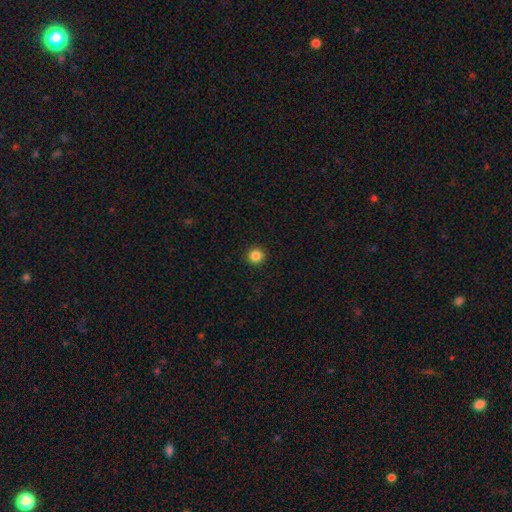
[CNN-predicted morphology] Smooth or featured?
  - smooth: 85% *
  - star or artifact: 11%
  - featured or disk: 4%
How rounded?
  - round: 95% *
  - in between: 4%
  - cigar-shaped: 1%
Merging?
  - none: 93% *
  - minor disturbance: 4%
  - major disturbance: 2%
  - merger: 1%